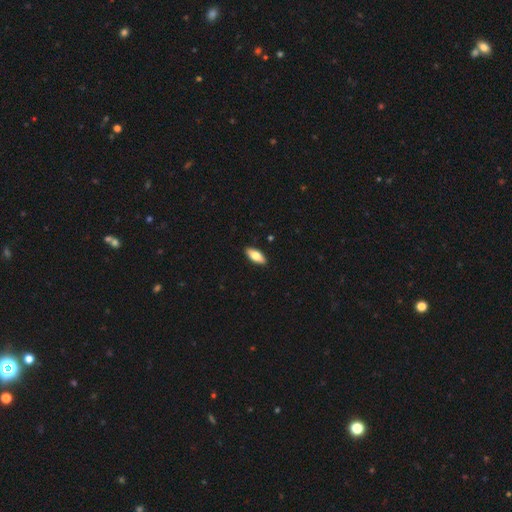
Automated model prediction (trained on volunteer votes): Q: Smooth or featured?
A: smooth (72%); runner-up: featured or disk (22%)
Q: How rounded?
A: in between (80%); runner-up: cigar-shaped (18%)
Q: Merging?
A: none (91%); runner-up: minor disturbance (7%)